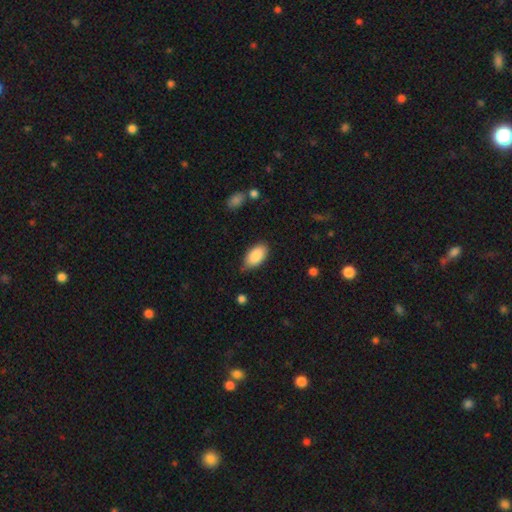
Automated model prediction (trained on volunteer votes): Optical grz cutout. It shows a smooth galaxy with no disk features (87%) that is in between round and cigar-shaped (94%). Merging: none (71%).